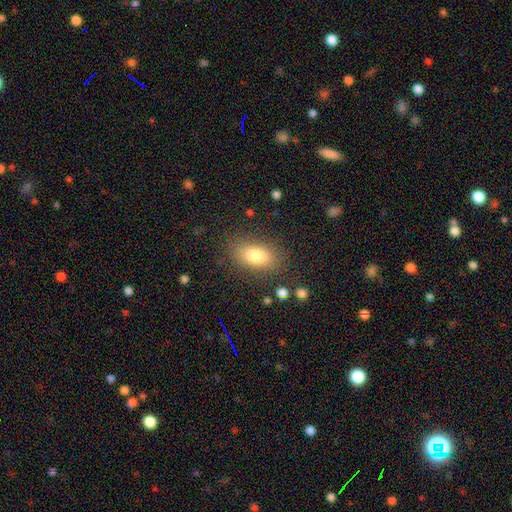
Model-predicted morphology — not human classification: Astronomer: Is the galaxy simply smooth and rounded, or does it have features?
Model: smooth — 81%.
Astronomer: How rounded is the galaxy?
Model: in between — 88%.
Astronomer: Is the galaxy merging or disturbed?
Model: none — 83%.